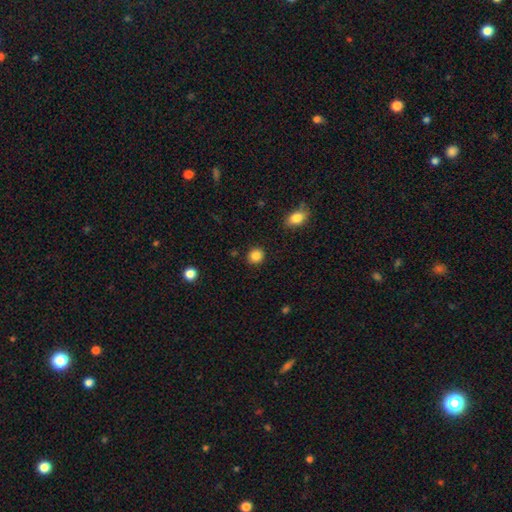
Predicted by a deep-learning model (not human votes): smooth 86%, star or artifact 10%, featured or disk 4%. Down the decision tree: how rounded — round (85%); merging — none (90%).